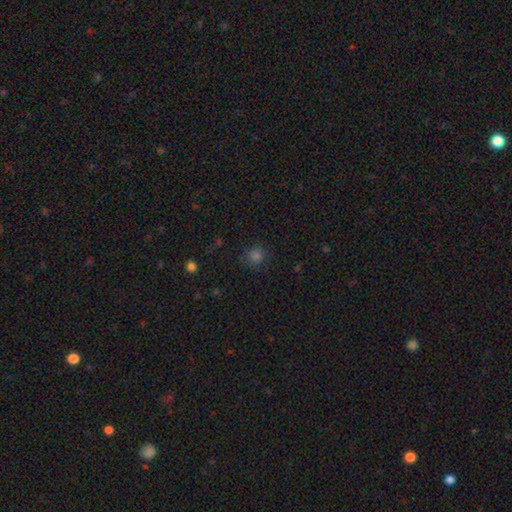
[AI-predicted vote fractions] Smooth or featured: smooth — 73% (star or artifact — 22%)
How rounded: round — 87% (in between — 12%)
Merging: none — 84% (minor disturbance — 11%)